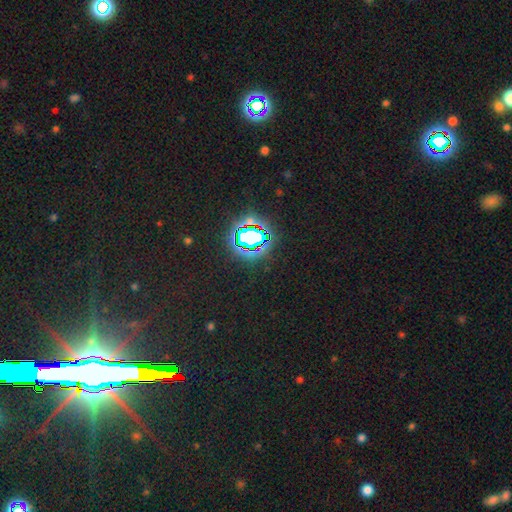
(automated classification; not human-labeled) Smooth or featured? star or artifact (80%)